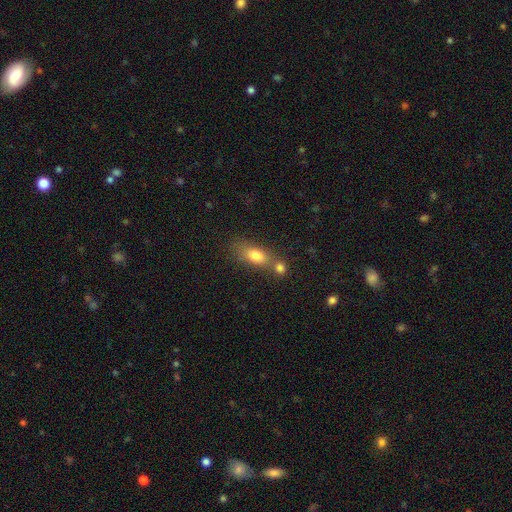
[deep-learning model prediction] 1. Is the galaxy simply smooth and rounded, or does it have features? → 79% smooth, 13% featured or disk, 9% star or artifact.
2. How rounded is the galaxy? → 77% in between, 12% cigar-shaped, 11% round.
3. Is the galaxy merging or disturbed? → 42% none, 39% merger, 13% minor disturbance, 5% major disturbance.